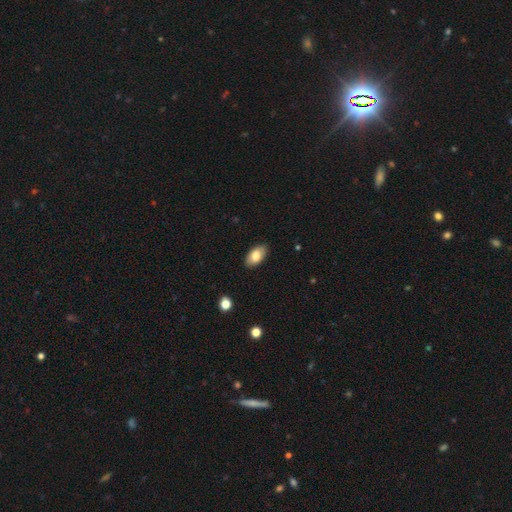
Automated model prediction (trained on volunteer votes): Overall: smooth (80%). How rounded: in between (94%). Merging: none (88%).